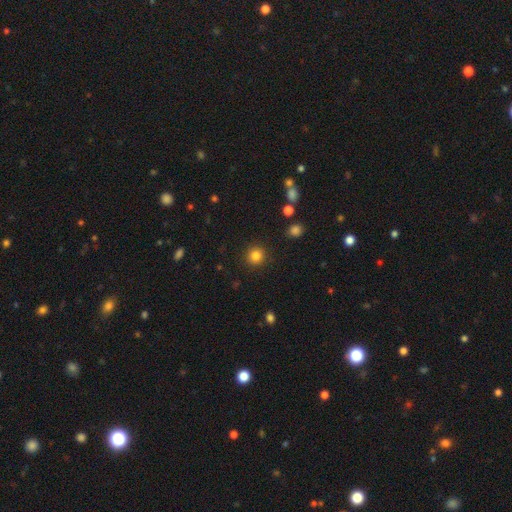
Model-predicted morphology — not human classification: Smooth or featured? Predicted: smooth (p=0.83). How rounded? Predicted: round (p=0.93). Merging? Predicted: none (p=0.91).